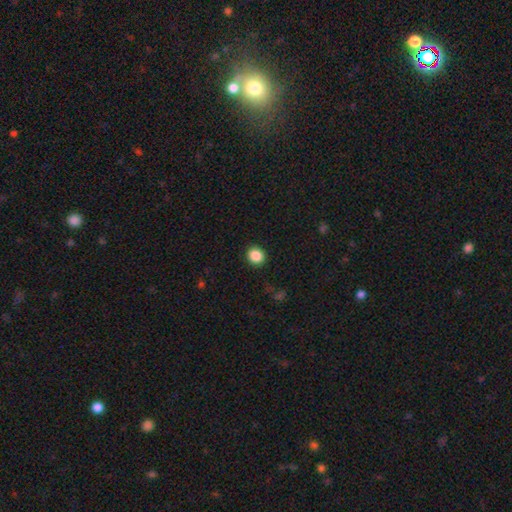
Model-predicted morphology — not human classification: Q: Smooth or featured?
A: smooth (87%); runner-up: star or artifact (10%)
Q: How rounded?
A: round (81%); runner-up: in between (18%)
Q: Merging?
A: none (91%); runner-up: minor disturbance (6%)